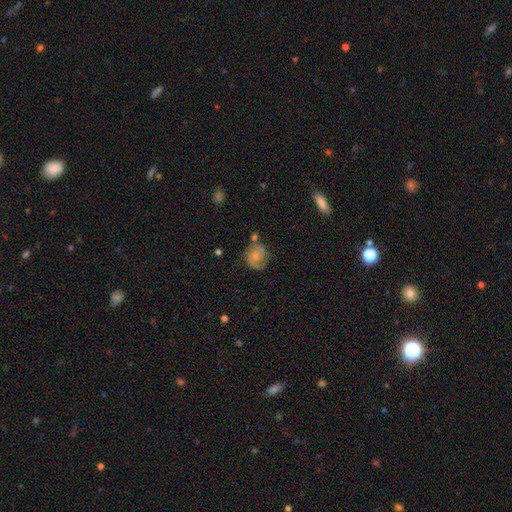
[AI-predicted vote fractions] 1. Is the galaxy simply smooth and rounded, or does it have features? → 53% smooth, 38% featured or disk, 9% star or artifact.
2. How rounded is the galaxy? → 72% round, 27% in between, 1% cigar-shaped.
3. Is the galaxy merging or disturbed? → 51% none, 26% minor disturbance, 13% major disturbance, 10% merger.